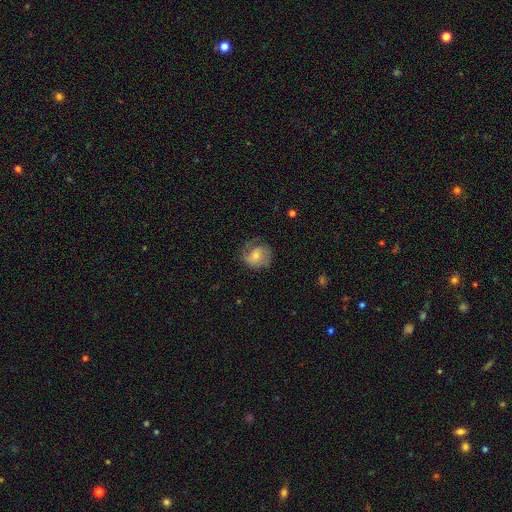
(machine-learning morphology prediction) Smooth or featured? smooth (46%)
Merging? none (61%)